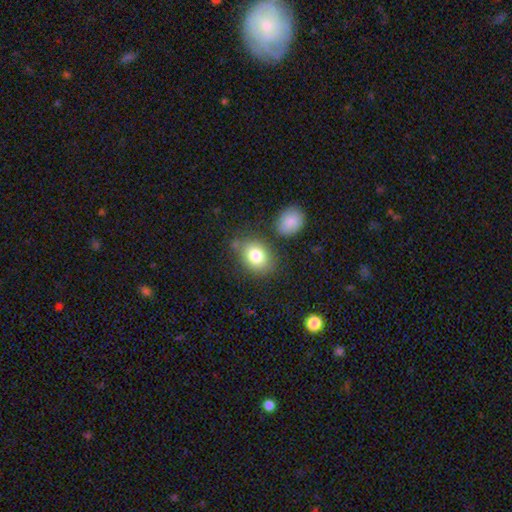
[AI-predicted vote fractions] Overall: smooth (81%). How rounded: in between (64%; round 35%). Merging: none (70%).